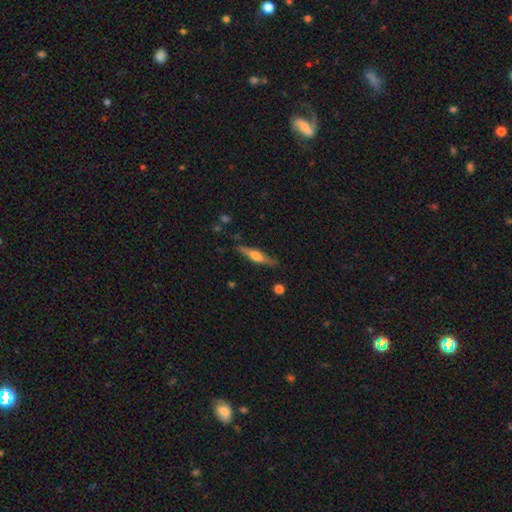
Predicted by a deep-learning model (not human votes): A featured or disk galaxy (60%) viewed edge-on (95%) with a rounded central bulge (72%).

Vote fractions:
- Smooth or featured? featured or disk: 60% / smooth: 34% / star or artifact: 6%
- Edge-on disk? yes: 95% / no: 5%
- Edge-on bulge? rounded: 72% / boxy: 21% / none: 6%
- Merging? none: 83% / minor disturbance: 13% / major disturbance: 3% / merger: 2%